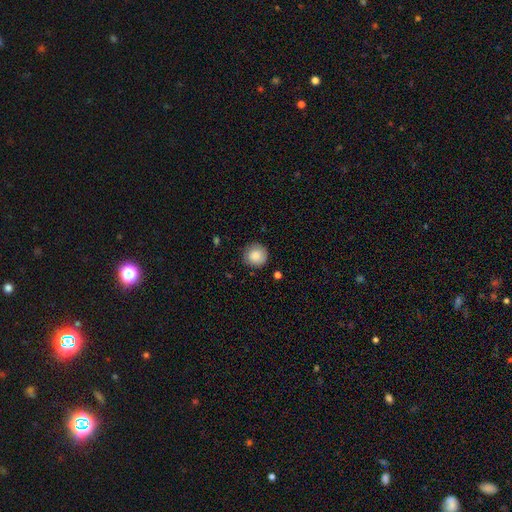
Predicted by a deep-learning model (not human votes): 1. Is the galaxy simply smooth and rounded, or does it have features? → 86% smooth, 8% star or artifact, 6% featured or disk.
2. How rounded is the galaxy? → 93% round, 6% in between, 1% cigar-shaped.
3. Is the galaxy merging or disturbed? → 85% none, 11% minor disturbance, 3% major disturbance, 1% merger.